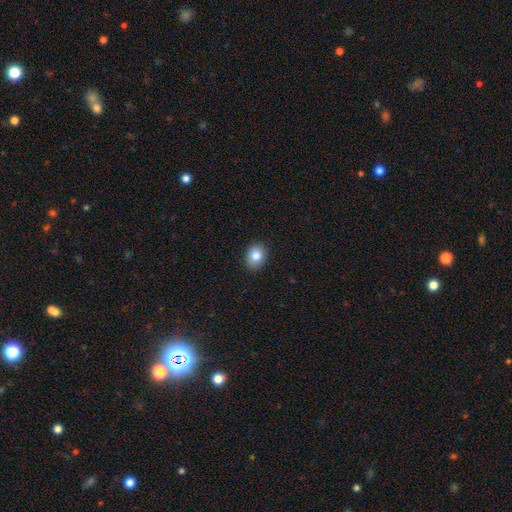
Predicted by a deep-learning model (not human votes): Smooth or featured? Predicted: smooth (p=0.85). How rounded? Predicted: in between (p=0.52). Merging? Predicted: none (p=0.89).